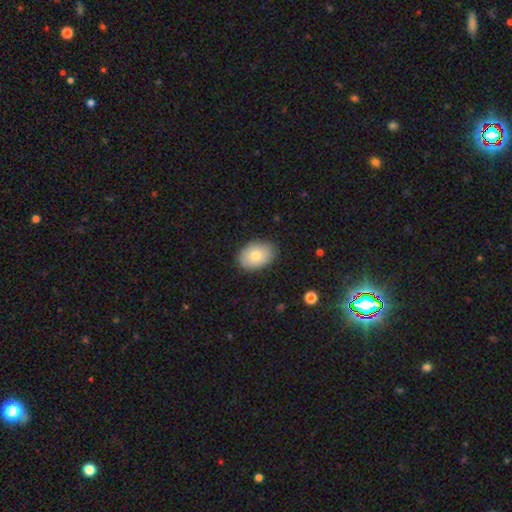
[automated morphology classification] Smooth or featured?
  - smooth: 79% *
  - featured or disk: 13%
  - star or artifact: 8%
How rounded?
  - in between: 81% *
  - round: 18%
  - cigar-shaped: 1%
Merging?
  - none: 85% *
  - minor disturbance: 12%
  - major disturbance: 2%
  - merger: 1%